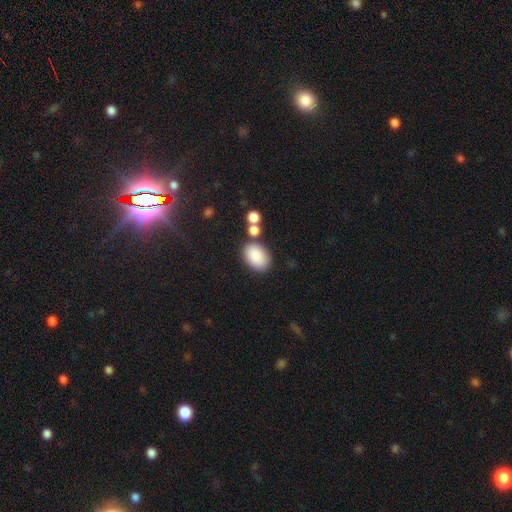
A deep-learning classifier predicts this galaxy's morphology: type=smooth (87%); roundness=in between (83%); merging=none (70%).